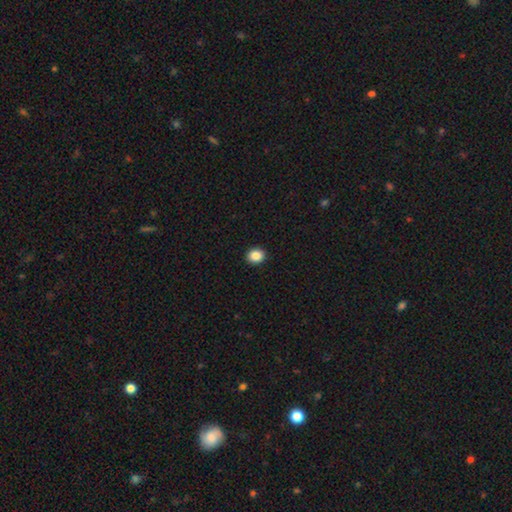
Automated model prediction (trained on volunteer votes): Smooth or featured?
  - smooth: 87% *
  - star or artifact: 9%
  - featured or disk: 3%
How rounded?
  - round: 67% *
  - in between: 32%
  - cigar-shaped: 1%
Merging?
  - none: 93% *
  - minor disturbance: 5%
  - major disturbance: 2%
  - merger: 1%